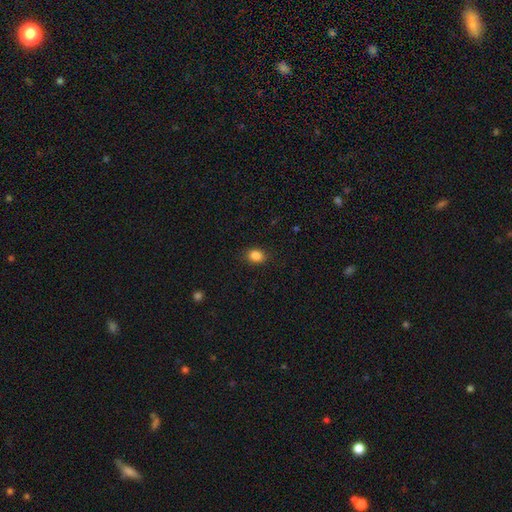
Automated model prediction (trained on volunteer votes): smooth-or-featured: smooth: 86% | star or artifact: 10% | featured or disk: 4%
  how-rounded: in between: 56% | round: 43% | cigar-shaped: 1%
  merging: none: 88% | minor disturbance: 9% | major disturbance: 2% | merger: 1%